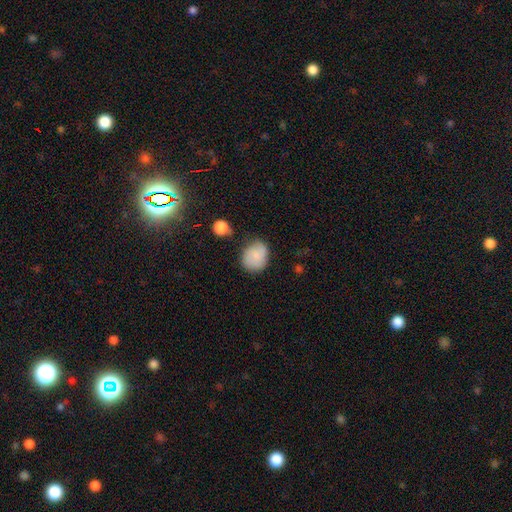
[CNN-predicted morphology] smooth 77%, featured or disk 16%, star or artifact 8%. Down the decision tree: how rounded — round (68%); merging — none (68%).